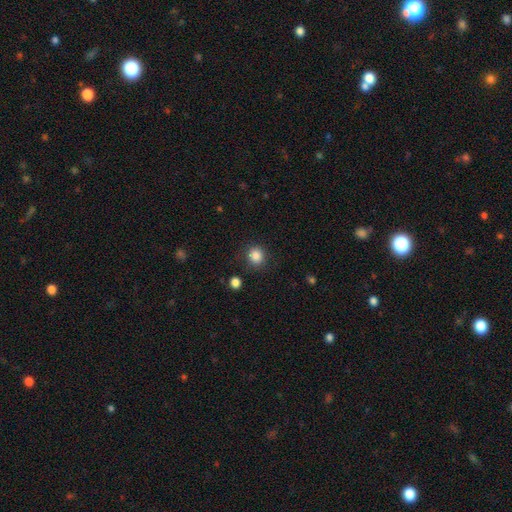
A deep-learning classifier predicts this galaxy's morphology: A smooth galaxy with no disk features (86%) that is round (85%).

Vote fractions:
- Smooth or featured? smooth: 86% / star or artifact: 10% / featured or disk: 4%
- How rounded? round: 85% / in between: 14% / cigar-shaped: 1%
- Merging? none: 85% / minor disturbance: 9% / major disturbance: 3% / merger: 2%